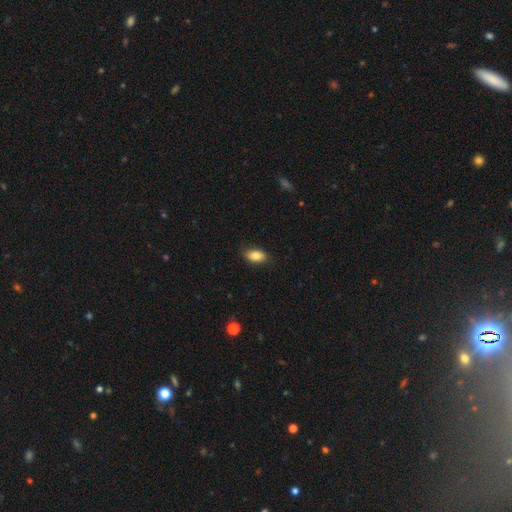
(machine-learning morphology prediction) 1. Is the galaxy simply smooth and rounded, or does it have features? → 85% smooth, 8% star or artifact, 7% featured or disk.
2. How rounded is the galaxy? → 91% in between, 6% round, 3% cigar-shaped.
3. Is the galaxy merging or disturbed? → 87% none, 10% minor disturbance, 2% major disturbance, 1% merger.